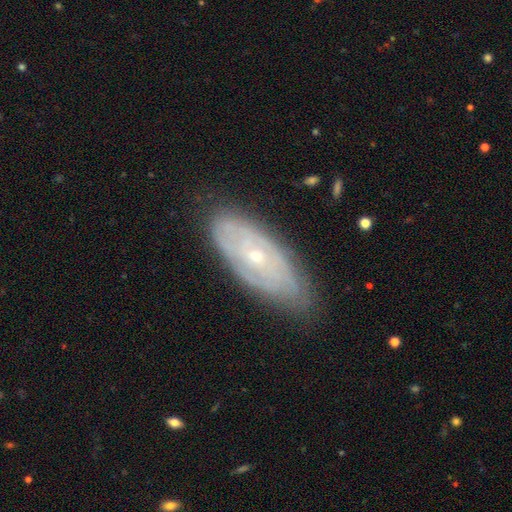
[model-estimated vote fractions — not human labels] Morphology: type=featured or disk (72%); edge-on=no (88%); bar=no (77%); spiral arms=yes (79%); winding=tight (73%); arm count=can't tell (60%); bulge=small (64%); merging=none (75%).